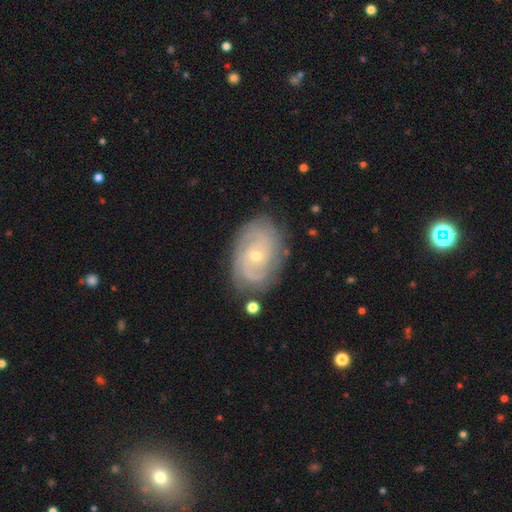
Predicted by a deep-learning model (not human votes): This is clearly a featured or disk galaxy (85%). It is clearly not viewed edge-on (96%). Bar: likely no (68%). Spiral arm pattern: clearly yes (96%). Spiral arm count: marginally can't tell (30%). Spiral winding: likely tight (73%). Central bulge: likely small (68%). Merging: likely none (78%).